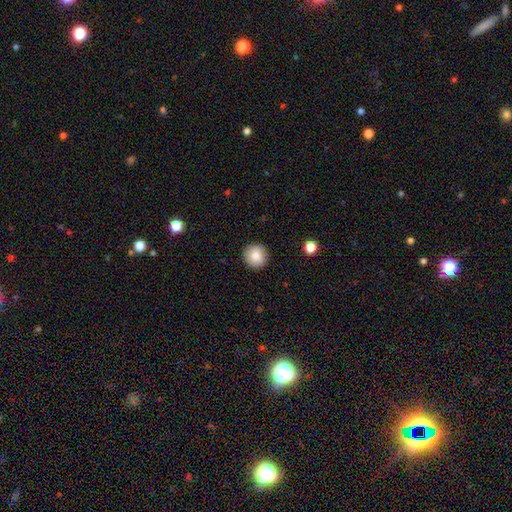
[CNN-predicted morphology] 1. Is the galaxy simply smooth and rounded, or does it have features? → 84% smooth, 8% star or artifact, 7% featured or disk.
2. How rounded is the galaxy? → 94% round, 5% in between, 1% cigar-shaped.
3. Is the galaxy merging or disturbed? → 91% none, 6% minor disturbance, 2% major disturbance, 1% merger.